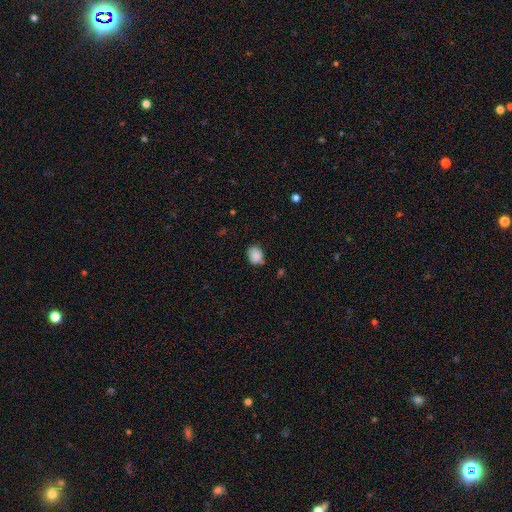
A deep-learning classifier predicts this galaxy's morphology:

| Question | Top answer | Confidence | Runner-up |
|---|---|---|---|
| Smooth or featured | smooth | 85% | star or artifact (9%) |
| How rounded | in between | 53% | round (46%) |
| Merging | none | 61% | minor disturbance (30%) |